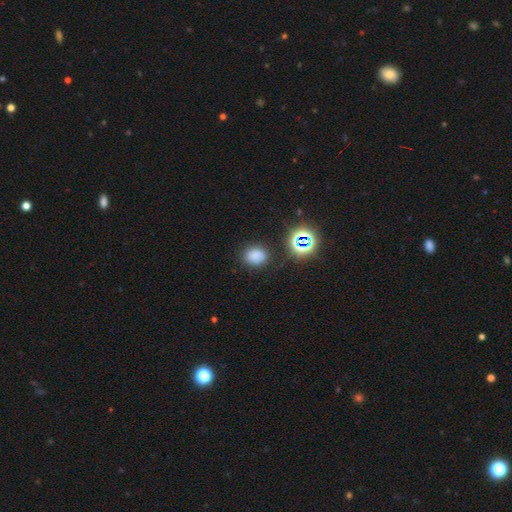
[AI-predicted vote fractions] A smooth galaxy with no disk features (74%) that is round (54%). Merging: none (80%).